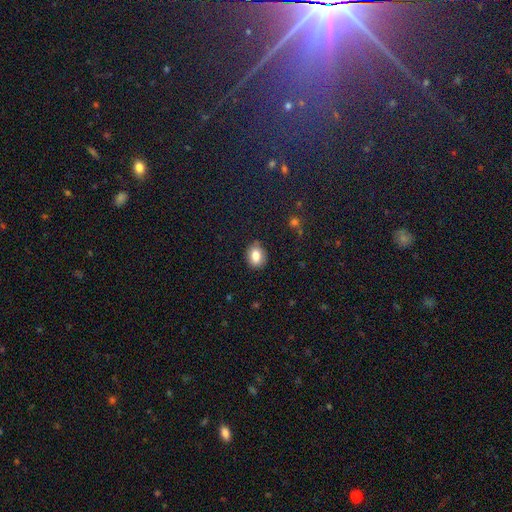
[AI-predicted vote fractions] The model was most divided on "how rounded": in between: 60%, round: 39%, cigar-shaped: 1%. More confident: merging — none (84%); smooth or featured — smooth (83%).